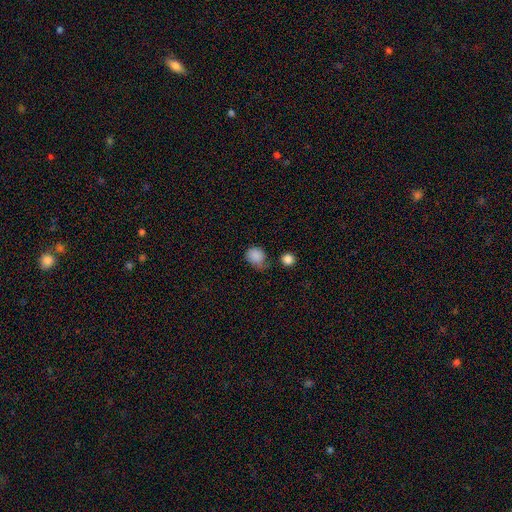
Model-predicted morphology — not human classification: A smooth galaxy with no disk features (85%) that is round (70%).

Vote fractions:
- Smooth or featured? smooth: 85% / star or artifact: 10% / featured or disk: 5%
- How rounded? round: 70% / in between: 30% / cigar-shaped: 1%
- Merging? none: 50% / minor disturbance: 31% / major disturbance: 11% / merger: 8%